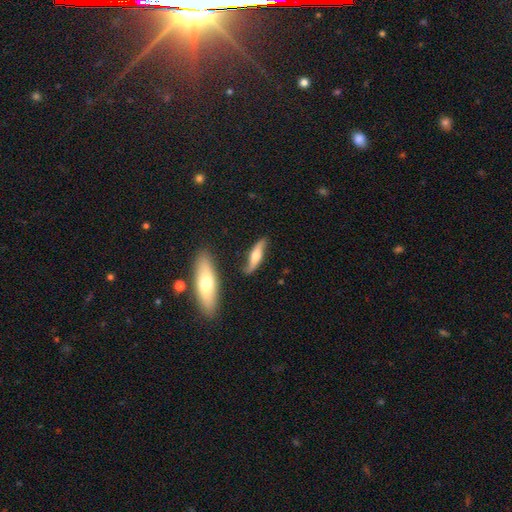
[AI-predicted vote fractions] Smooth or featured?
  - featured or disk: 55% *
  - smooth: 39%
  - star or artifact: 6%
Edge-on disk?
  - yes: 57% *
  - no: 43%
Merging?
  - none: 75% *
  - minor disturbance: 17%
  - merger: 4%
  - major disturbance: 4%